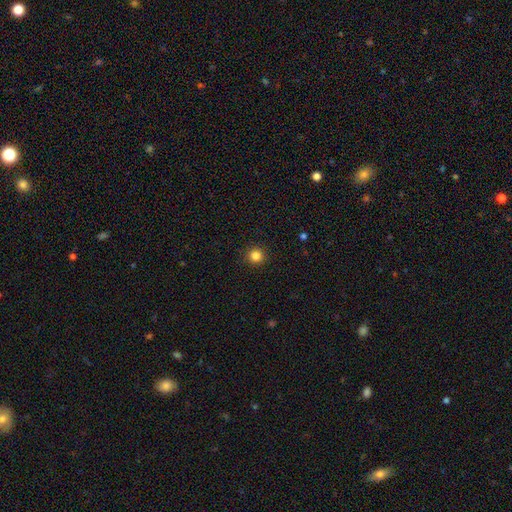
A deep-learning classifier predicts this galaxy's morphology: The model was most divided on "smooth or featured": smooth: 84%, star or artifact: 12%, featured or disk: 4%. More confident: how rounded — round (95%); merging — none (93%).